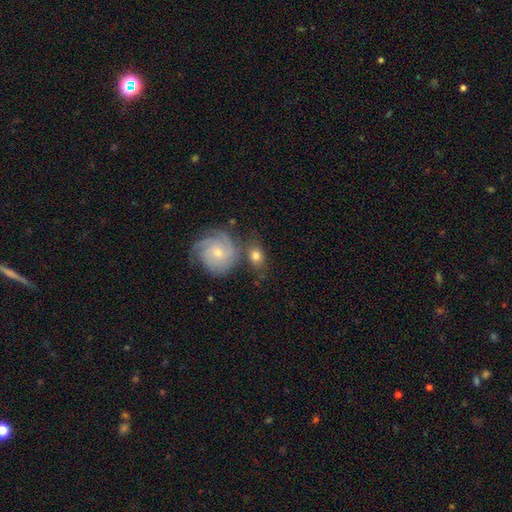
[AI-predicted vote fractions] Morphology: type=smooth (59%); roundness=in between (52%); merging=none (62%).